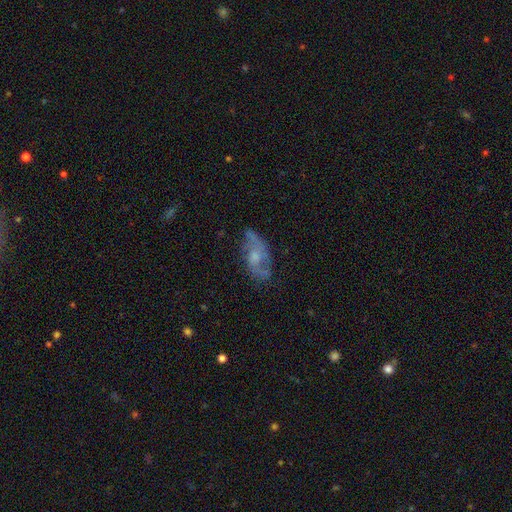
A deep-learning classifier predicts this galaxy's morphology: Smooth or featured? featured or disk (70%)
Edge-on disk? no (93%)
Bar? no (68%)
Spiral arms? yes (80%)
Spiral winding? loose (42%, tied with medium)
Spiral arm count? 2 (70%)
Bulge size? moderate (45%)
Merging? none (63%)